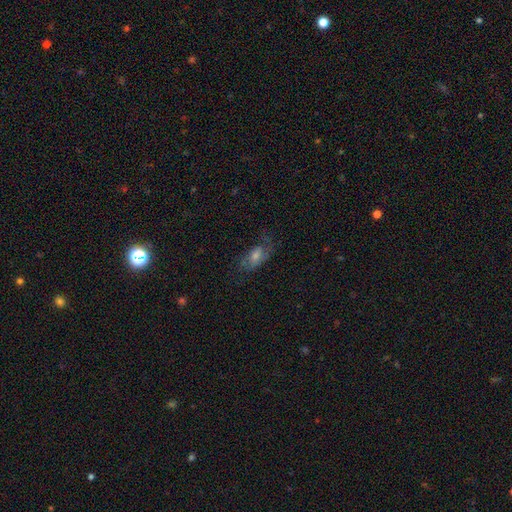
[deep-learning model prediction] Smooth or featured? Predicted: featured or disk (p=0.57). Edge-on disk? Predicted: no (p=0.91). Bar? Predicted: no (p=0.57). Spiral arms? Predicted: yes (p=0.82). Bulge size? Predicted: moderate (p=0.47). Merging? Predicted: none (p=0.60).